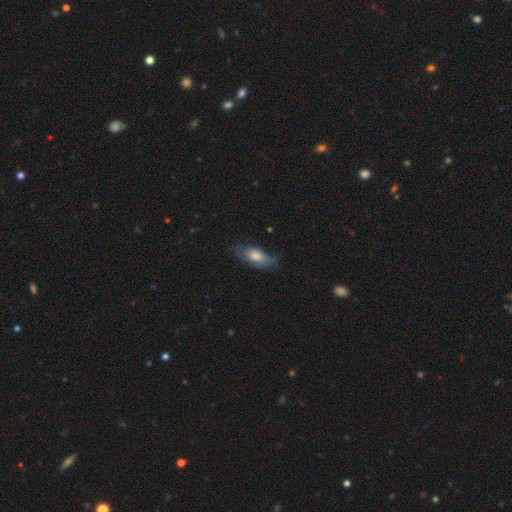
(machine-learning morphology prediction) Smooth or featured? Predicted: smooth (p=0.61). How rounded? Predicted: in between (p=0.79). Merging? Predicted: none (p=0.59).